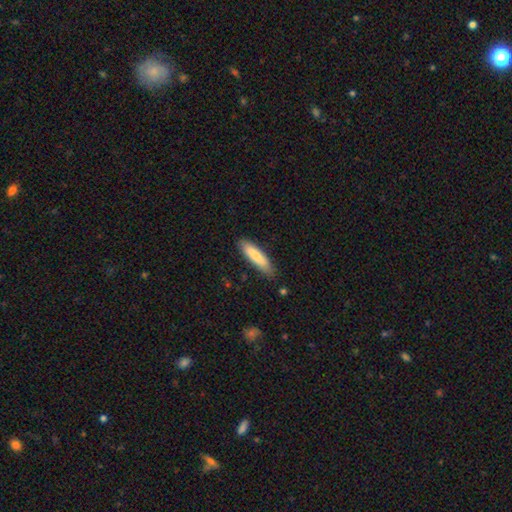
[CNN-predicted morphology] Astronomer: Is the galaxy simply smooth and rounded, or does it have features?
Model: smooth — 82%.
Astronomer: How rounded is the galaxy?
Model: cigar-shaped — 76%.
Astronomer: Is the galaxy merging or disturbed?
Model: none — 81%.